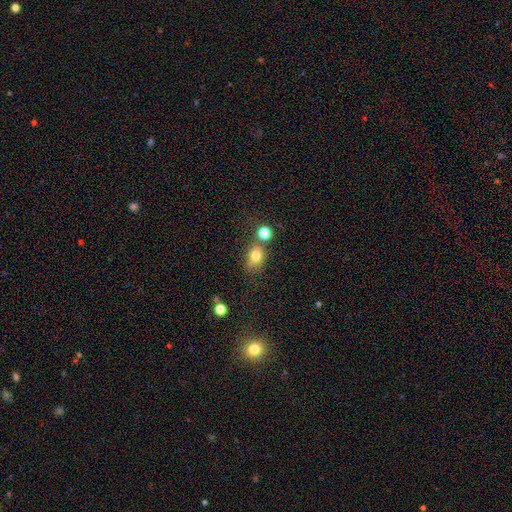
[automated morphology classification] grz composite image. It shows a smooth galaxy with no disk features (77%) that is round (51%). Merging: none (56%).